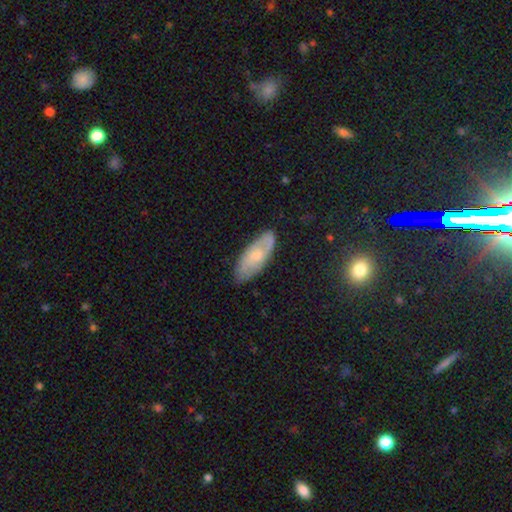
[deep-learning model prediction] This is possibly a smooth galaxy (51%). How rounded: likely in between (79%). Merging: likely none (77%).